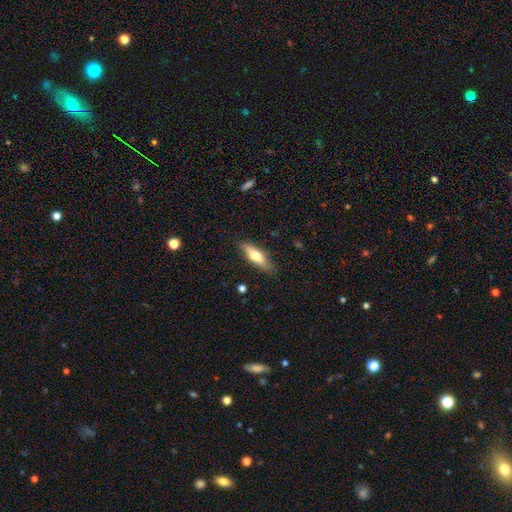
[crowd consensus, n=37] Smooth or featured? 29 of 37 (78%) said smooth. How rounded? 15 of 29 (52%) said cigar-shaped. Merging? 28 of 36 (78%) said none.